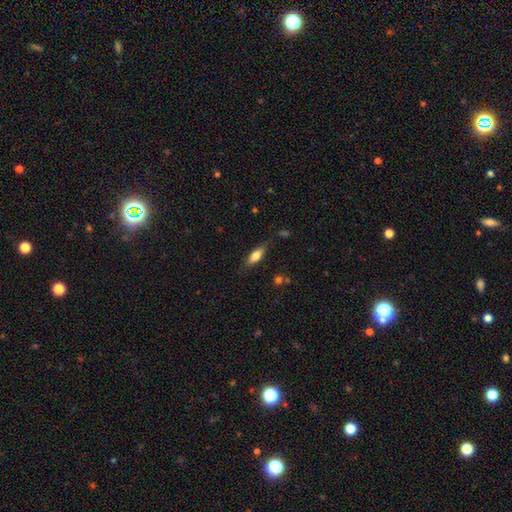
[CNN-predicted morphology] Smooth or featured? Predicted: smooth (p=0.71). How rounded? Predicted: in between (p=0.62). Merging? Predicted: none (p=0.77).